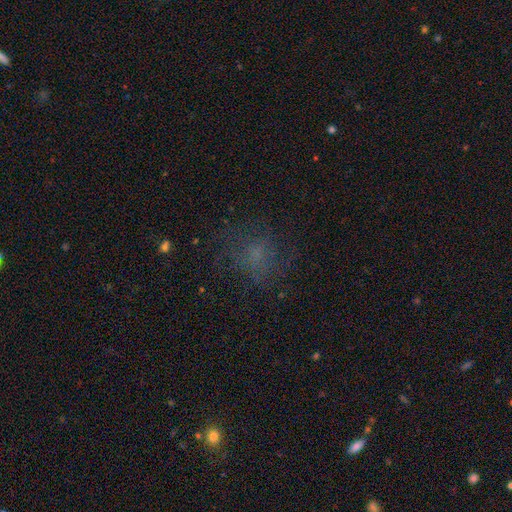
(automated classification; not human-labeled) smooth 53%, star or artifact 26%, featured or disk 22%. Down the decision tree: how rounded — round (71%); merging — none (66%).